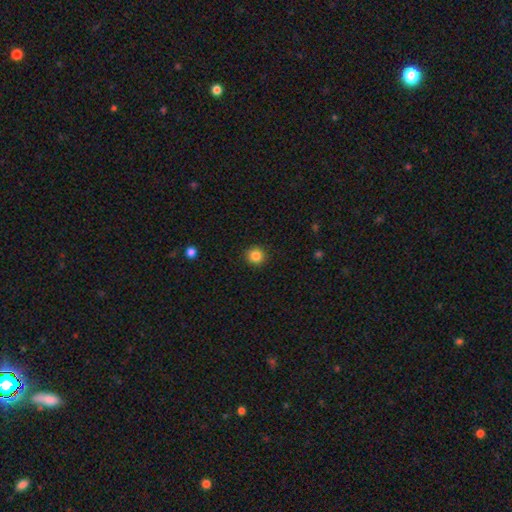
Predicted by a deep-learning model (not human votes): smooth-or-featured: smooth: 85% | star or artifact: 11% | featured or disk: 4%
  how-rounded: round: 93% | in between: 6% | cigar-shaped: 1%
  merging: none: 92% | minor disturbance: 6% | major disturbance: 2% | merger: 1%